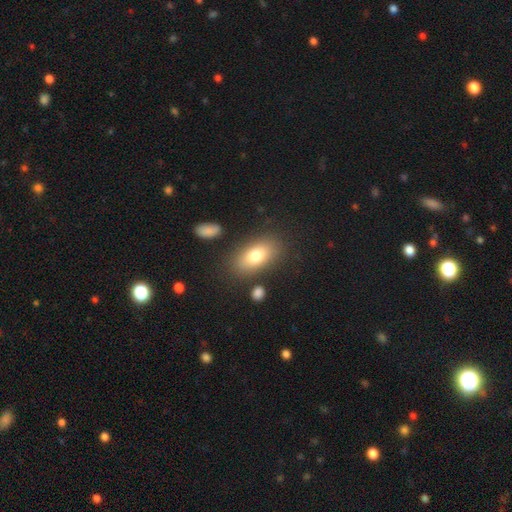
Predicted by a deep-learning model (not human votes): Smooth or featured? Predicted: smooth (p=0.77). How rounded? Predicted: in between (p=0.88). Merging? Predicted: none (p=0.81).